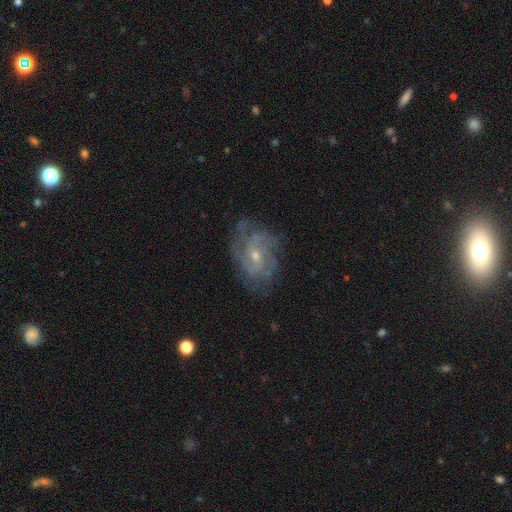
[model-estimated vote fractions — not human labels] A featured or disk galaxy (81%) with no bar (64%), tight (46%) spiral arms (90%) and a small central bulge (58%).

Vote fractions:
- Smooth or featured? featured or disk: 81% / smooth: 11% / star or artifact: 8%
- Edge-on disk? no: 97% / yes: 3%
- Bar? no: 64% / weak: 31% / strong: 5%
- Spiral arms? yes: 90% / no: 10%
- Spiral winding? tight: 46% / medium: 41% / loose: 14%
- Spiral arm count? can't tell: 36% / 3: 21% / 2: 20% / 4: 13% / more than 4: 5% / 1: 5%
- Bulge size? small: 58% / moderate: 39% / none: 2% / large: 1% / dominant: 1%
- Merging? none: 68% / minor disturbance: 21% / major disturbance: 10% / merger: 2%